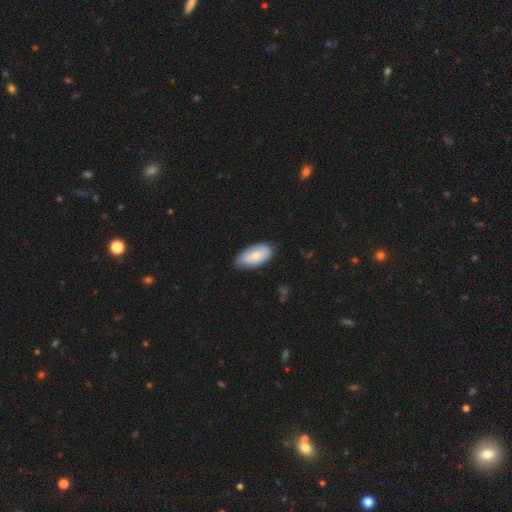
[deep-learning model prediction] A smooth galaxy with no disk features (73%) that is in between round and cigar-shaped (94%).

Vote fractions:
- Smooth or featured? smooth: 73% / featured or disk: 21% / star or artifact: 6%
- How rounded? in between: 94% / cigar-shaped: 3% / round: 3%
- Merging? none: 69% / minor disturbance: 26% / major disturbance: 3% / merger: 1%